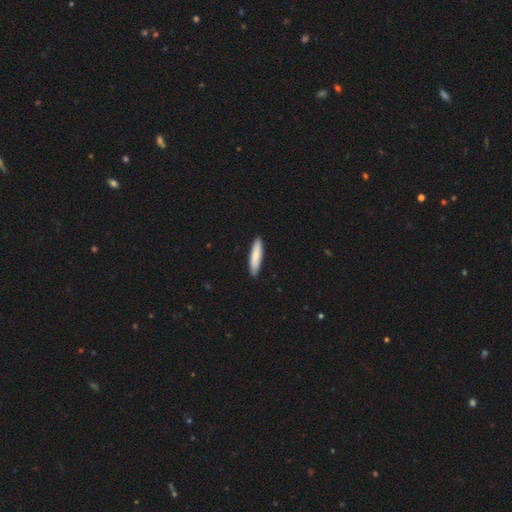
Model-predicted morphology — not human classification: This is clearly a smooth galaxy (82%). How rounded: clearly cigar-shaped (80%). Merging: clearly none (91%).